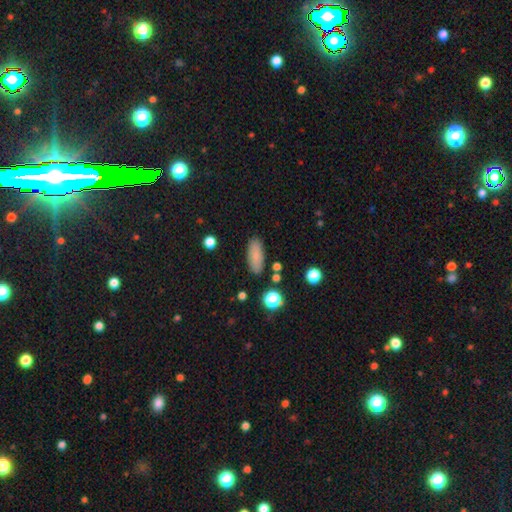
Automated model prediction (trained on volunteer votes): Smooth or featured? smooth (84%)
How rounded? in between (75%)
Merging? none (87%)